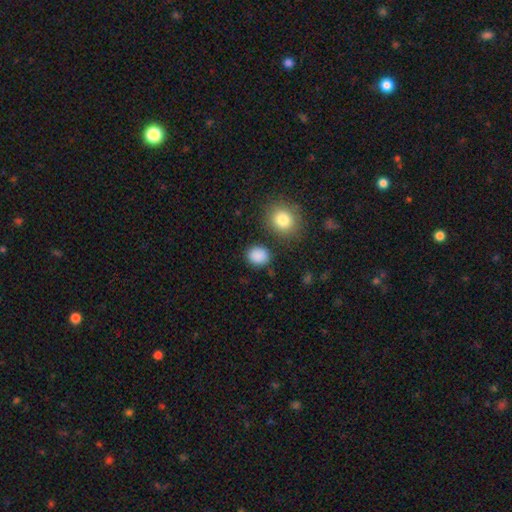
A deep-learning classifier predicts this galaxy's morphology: Q: Smooth or featured?
A: smooth (87%); runner-up: star or artifact (9%)
Q: How rounded?
A: round (61%); runner-up: in between (38%)
Q: Merging?
A: none (83%); runner-up: minor disturbance (10%)